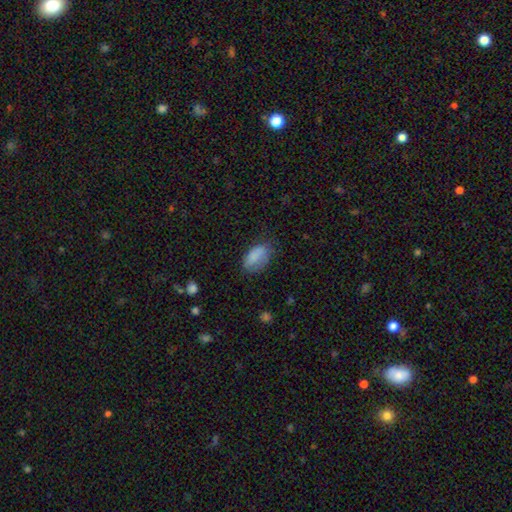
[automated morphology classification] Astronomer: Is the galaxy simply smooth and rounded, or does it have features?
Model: smooth — 84%.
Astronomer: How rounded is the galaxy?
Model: in between — 92%.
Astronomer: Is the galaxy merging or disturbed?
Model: none — 61%.